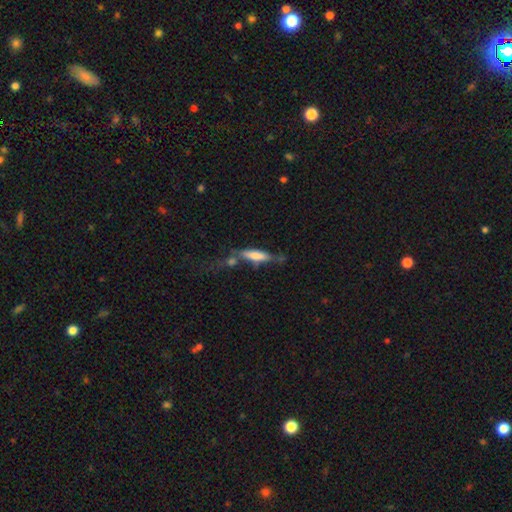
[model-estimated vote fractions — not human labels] Smooth or featured? smooth (65%)
How rounded? cigar-shaped (71%)
Merging? none (45%)